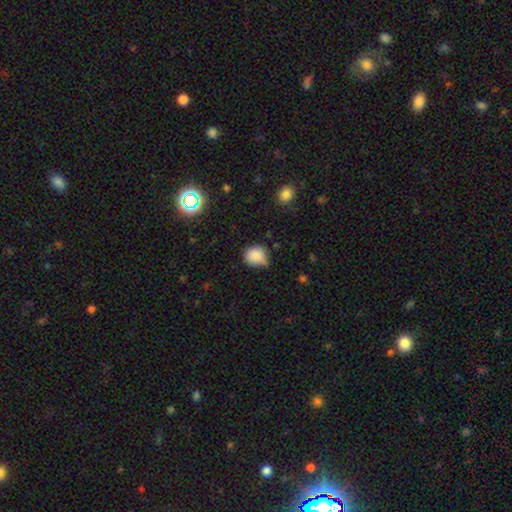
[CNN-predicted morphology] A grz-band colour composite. It shows a smooth galaxy with no disk features (83%) that is round (83%). Merging: none (55%).